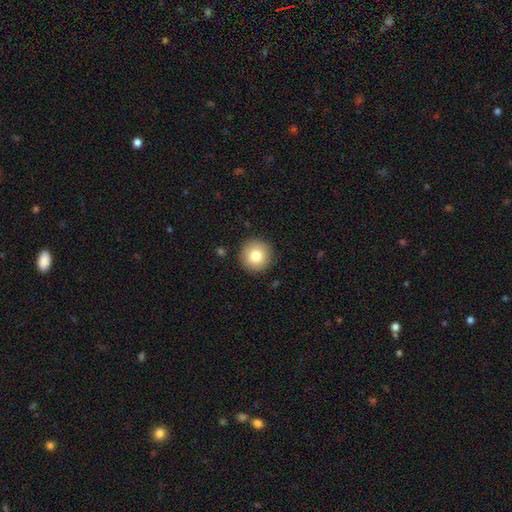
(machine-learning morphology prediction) This is clearly a smooth galaxy (81%). How rounded: clearly round (96%). Merging: clearly none (91%).